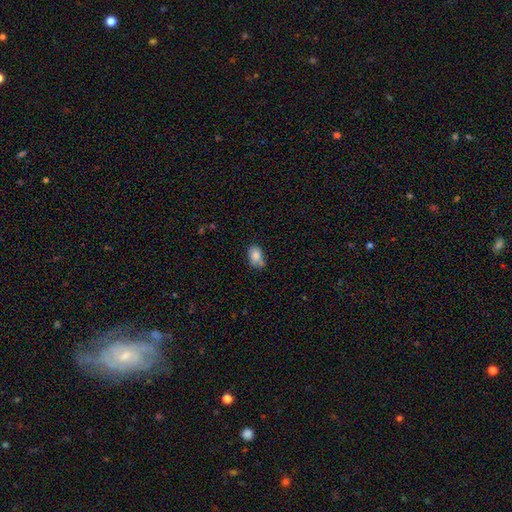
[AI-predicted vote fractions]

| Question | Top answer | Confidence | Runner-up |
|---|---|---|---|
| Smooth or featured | smooth | 82% | featured or disk (9%) |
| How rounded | in between | 83% | round (16%) |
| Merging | none | 57% | minor disturbance (28%) |